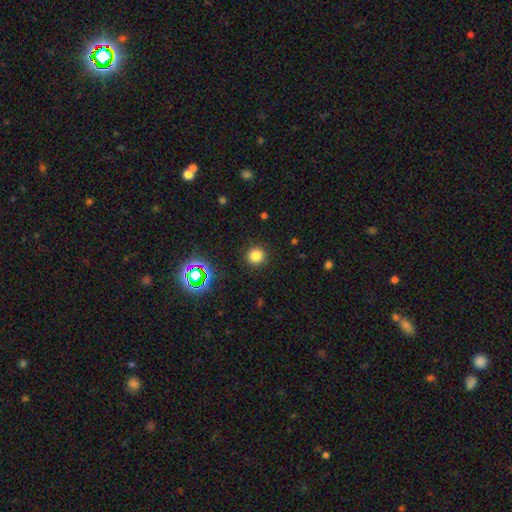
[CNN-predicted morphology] smooth_or_featured: smooth (p=0.77) [alt: star or artifact p=0.18]
how_rounded: round (p=0.94) [alt: in between p=0.05]
merging: none (p=0.90) [alt: minor disturbance p=0.06]